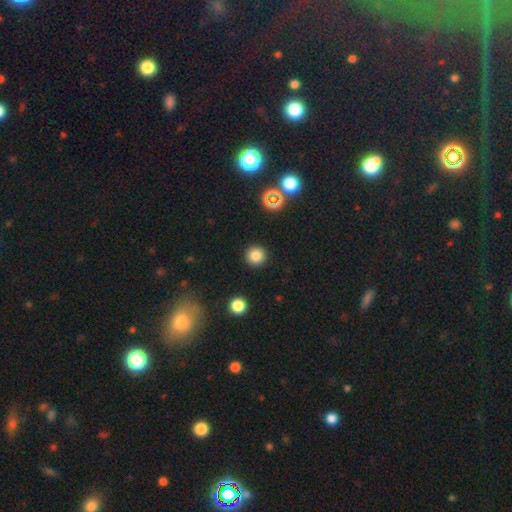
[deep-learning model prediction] smooth 81%, star or artifact 14%, featured or disk 5%. Down the decision tree: how rounded — round (95%); merging — none (92%).